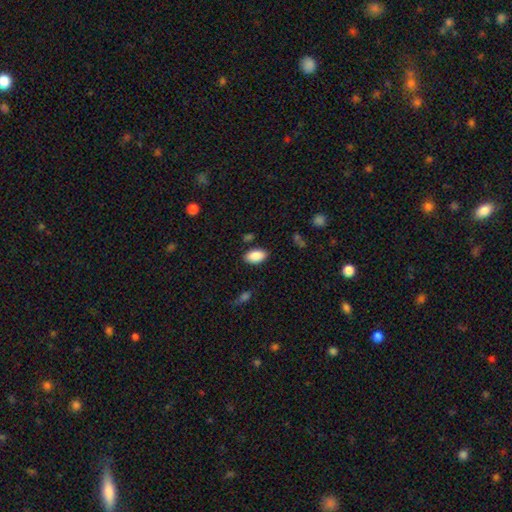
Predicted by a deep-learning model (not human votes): This appears to be a smooth galaxy with no disk features (89%) that is in between round and cigar-shaped (94%). Merging: none (85%).